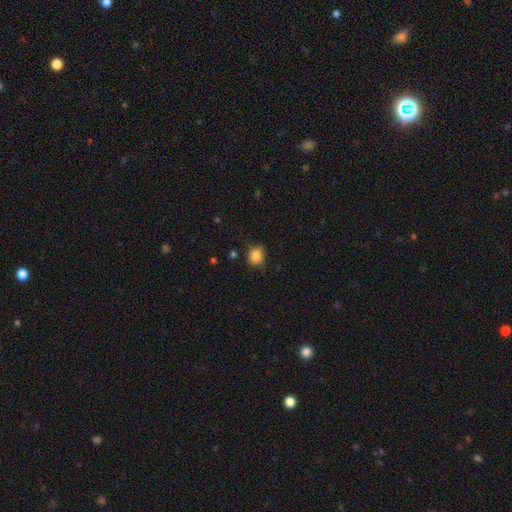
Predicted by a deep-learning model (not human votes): This appears to be a smooth galaxy with no disk features (85%) that is round (69%). Merging: none (73%).